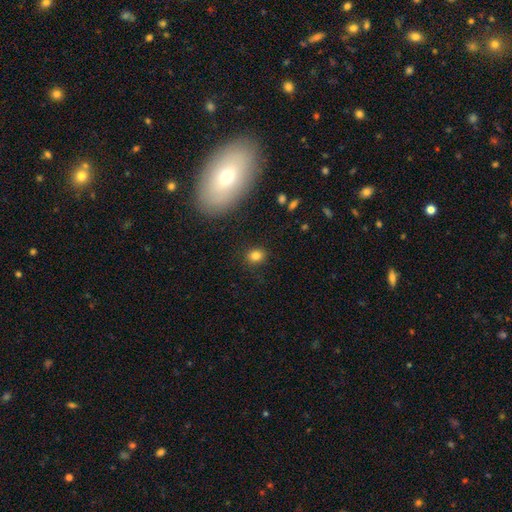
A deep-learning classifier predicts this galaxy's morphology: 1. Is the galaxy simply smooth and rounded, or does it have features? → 82% smooth, 12% star or artifact, 6% featured or disk.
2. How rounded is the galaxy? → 68% round, 31% in between, 1% cigar-shaped.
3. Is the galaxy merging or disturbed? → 88% none, 8% minor disturbance, 3% major disturbance, 1% merger.